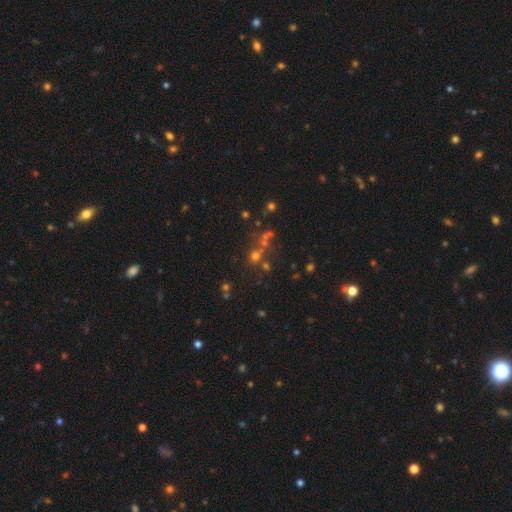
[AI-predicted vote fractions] A smooth galaxy with no disk features (43%). Merging: none (57%).